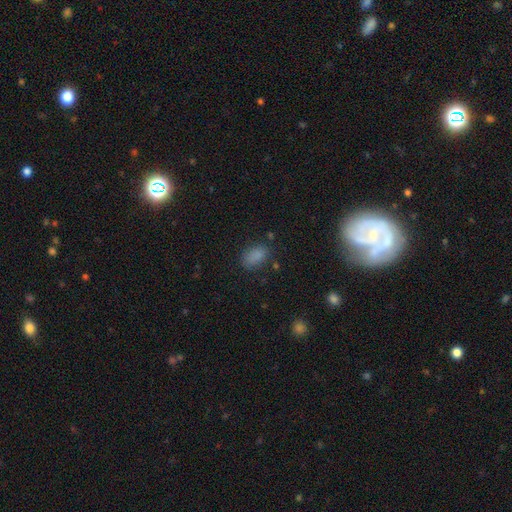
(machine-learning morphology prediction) type=smooth (84%); roundness=in between (89%); merging=none (77%).